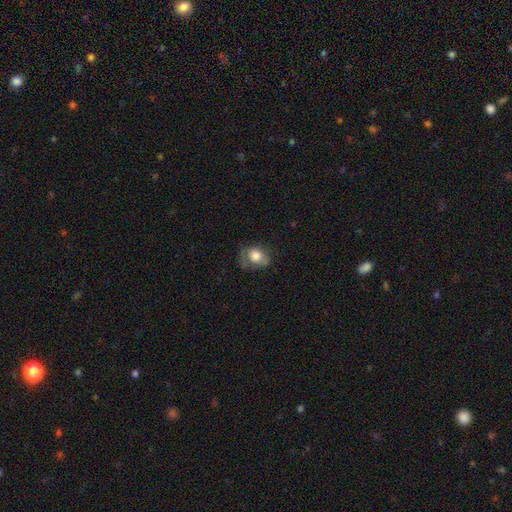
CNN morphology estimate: Overall: smooth (69%). How rounded: in between (51%; round 48%). Merging: none (45%; minor disturbance 30%).